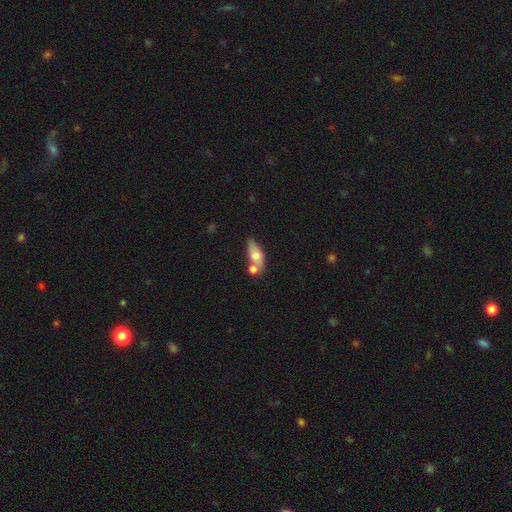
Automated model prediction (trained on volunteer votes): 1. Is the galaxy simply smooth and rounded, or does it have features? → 64% smooth, 29% featured or disk, 7% star or artifact.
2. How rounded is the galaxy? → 78% in between, 15% cigar-shaped, 6% round.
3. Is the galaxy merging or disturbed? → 45% none, 34% merger, 16% minor disturbance, 6% major disturbance.